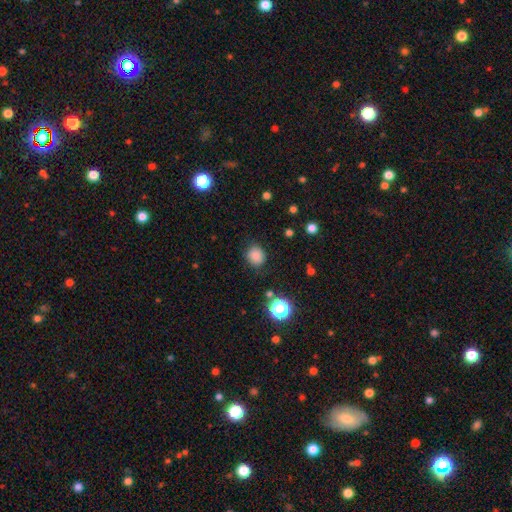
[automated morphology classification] type=smooth (83%); roundness=round (81%); merging=none (82%).